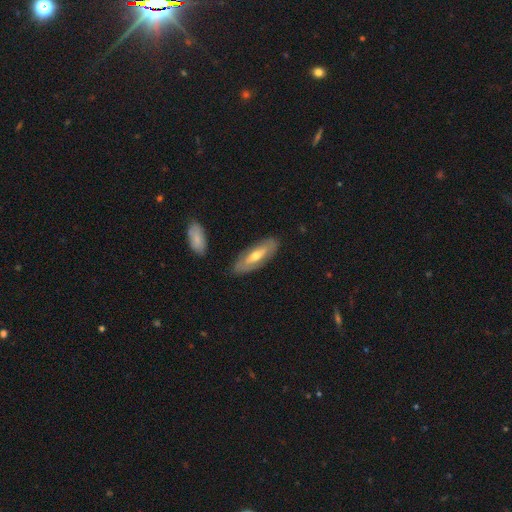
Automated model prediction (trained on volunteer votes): Morphology: type=featured or disk (51%); edge-on=no (64%); merging=none (83%).